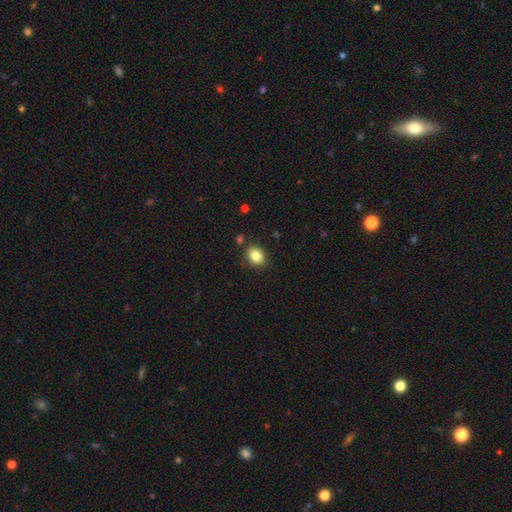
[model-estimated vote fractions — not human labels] The model was most divided on "how rounded": in between: 55%, round: 44%, cigar-shaped: 1%. More confident: smooth or featured — smooth (84%); merging — none (84%).